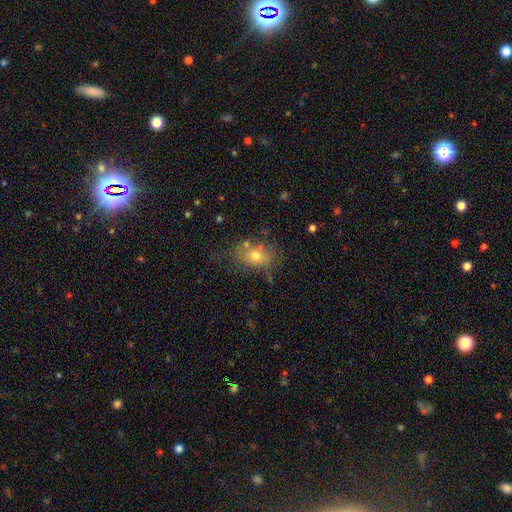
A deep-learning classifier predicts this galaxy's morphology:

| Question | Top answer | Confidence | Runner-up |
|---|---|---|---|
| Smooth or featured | smooth | 70% | featured or disk (20%) |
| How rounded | in between | 73% | round (25%) |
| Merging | none | 62% | minor disturbance (22%) |